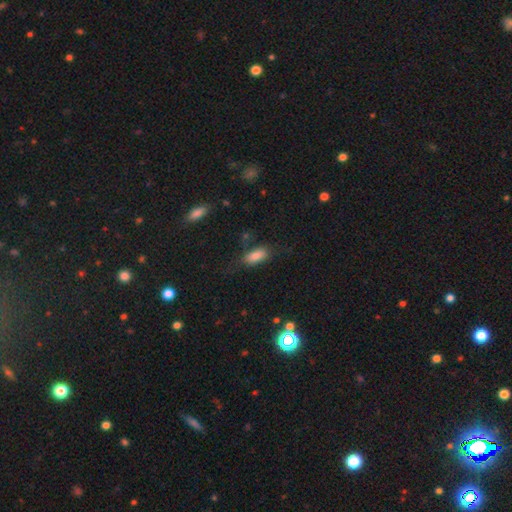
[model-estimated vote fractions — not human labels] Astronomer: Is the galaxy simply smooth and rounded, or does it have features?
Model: smooth — 80%.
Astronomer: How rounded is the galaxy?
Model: in between — 85%.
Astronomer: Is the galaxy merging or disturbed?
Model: none — 62%.